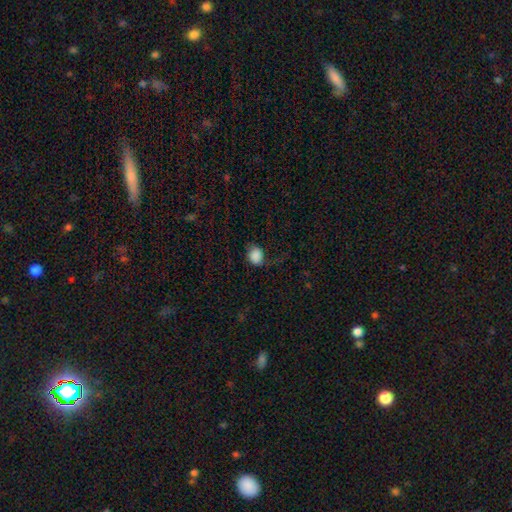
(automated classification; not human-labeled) This is clearly a smooth galaxy (85%). How rounded: possibly round (55%). Merging: possibly none (60%).